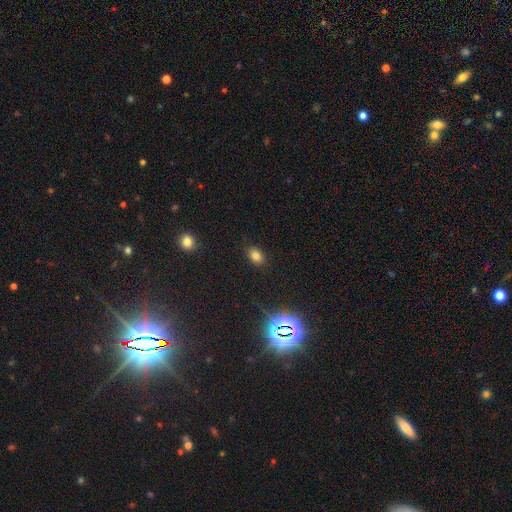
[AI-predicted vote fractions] This is likely a smooth galaxy (77%). How rounded: clearly in between (81%). Merging: clearly none (86%).